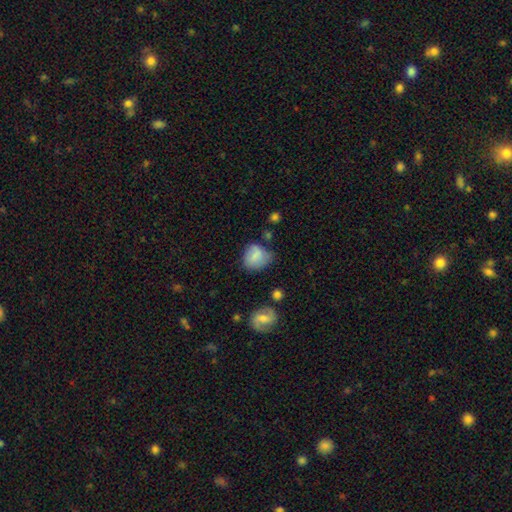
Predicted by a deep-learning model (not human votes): A smooth galaxy with no disk features (74%) that is round (55%). Merging: none (49%).